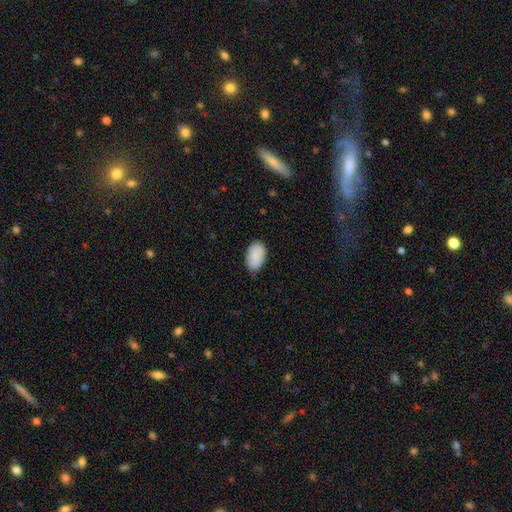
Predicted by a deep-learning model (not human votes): smooth 87%, featured or disk 7%, star or artifact 6%. Down the decision tree: how rounded — in between (93%); merging — none (82%).